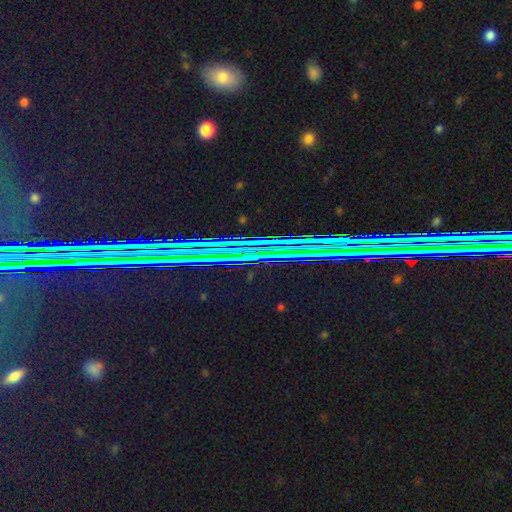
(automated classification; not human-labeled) A star or artifact, not a galaxy (76%).